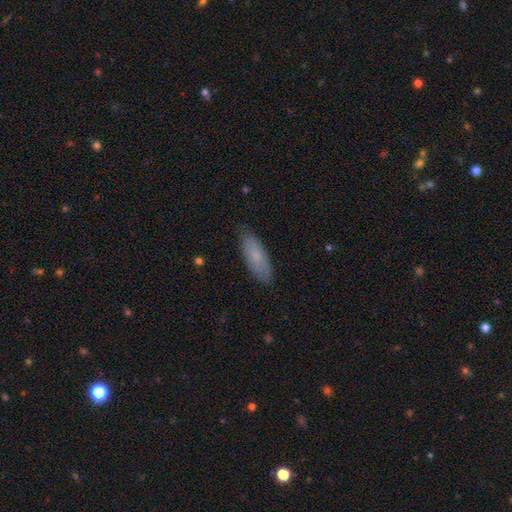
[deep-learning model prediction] Smooth or featured: smooth — 74% (featured or disk — 19%)
How rounded: in between — 62% (cigar-shaped — 36%)
Merging: none — 83% (minor disturbance — 13%)